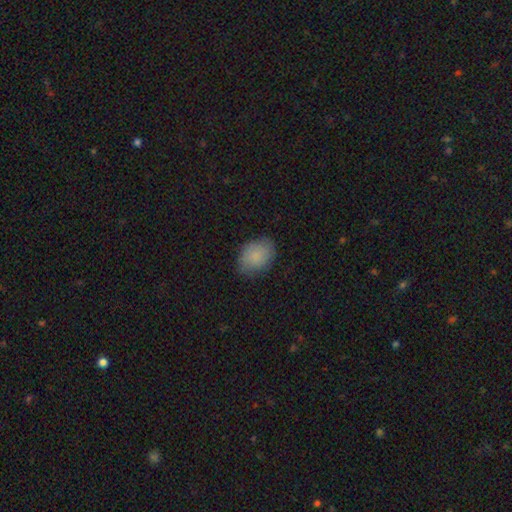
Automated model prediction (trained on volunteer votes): Smooth or featured? Predicted: smooth (p=0.85). How rounded? Predicted: in between (p=0.73). Merging? Predicted: none (p=0.76).